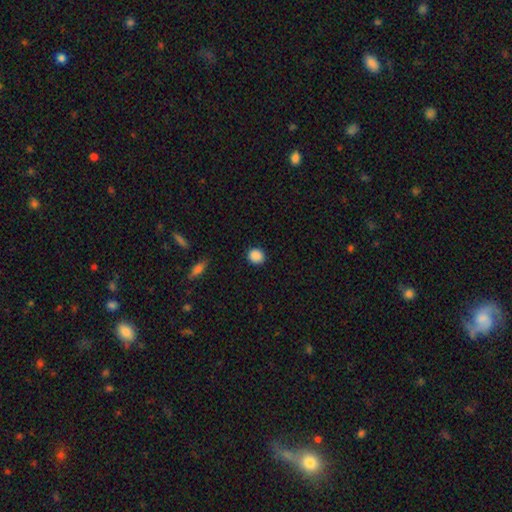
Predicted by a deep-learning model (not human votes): smooth-or-featured: smooth: 89% | star or artifact: 8% | featured or disk: 3%
  how-rounded: round: 83% | in between: 16% | cigar-shaped: 1%
  merging: none: 90% | minor disturbance: 7% | major disturbance: 2% | merger: 1%